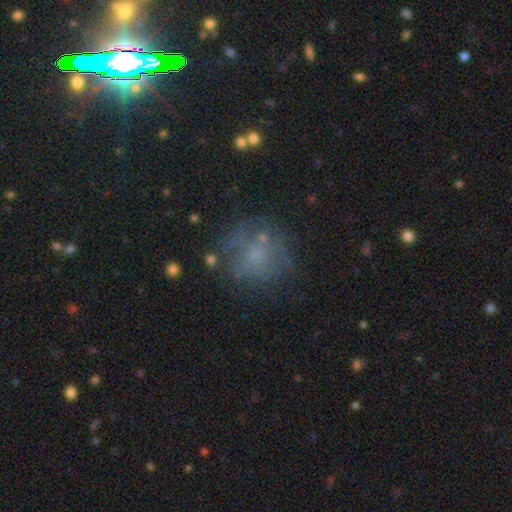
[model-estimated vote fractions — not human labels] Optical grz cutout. It shows a smooth galaxy with no disk features (49%). Merging: none (62%).